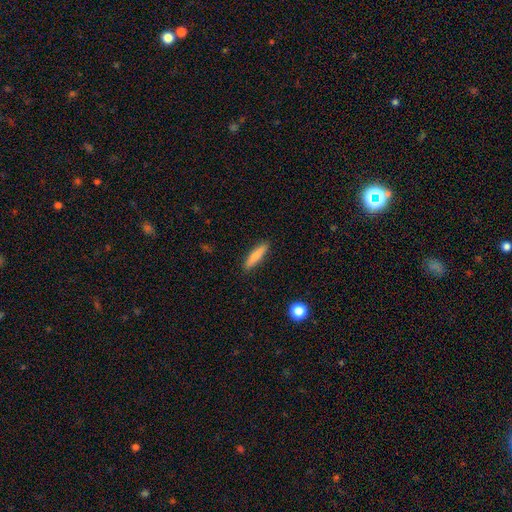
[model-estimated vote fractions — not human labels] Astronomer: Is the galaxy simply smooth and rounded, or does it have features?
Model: smooth — 80%.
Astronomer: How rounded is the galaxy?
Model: cigar-shaped — 82%.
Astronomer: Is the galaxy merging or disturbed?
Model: none — 90%.